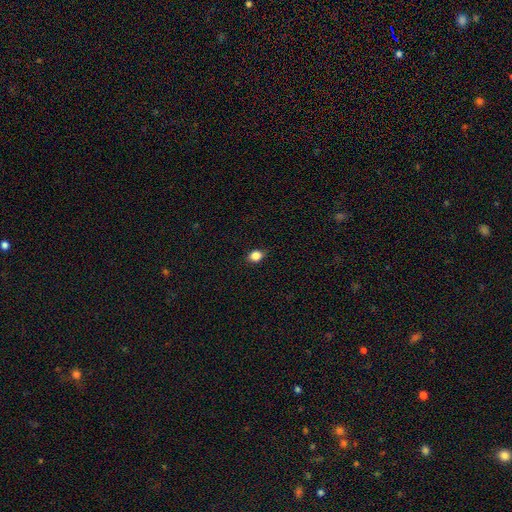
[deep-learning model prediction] This appears to be a smooth galaxy with no disk features (85%) that is in between round and cigar-shaped (50%). Merging: none (84%).